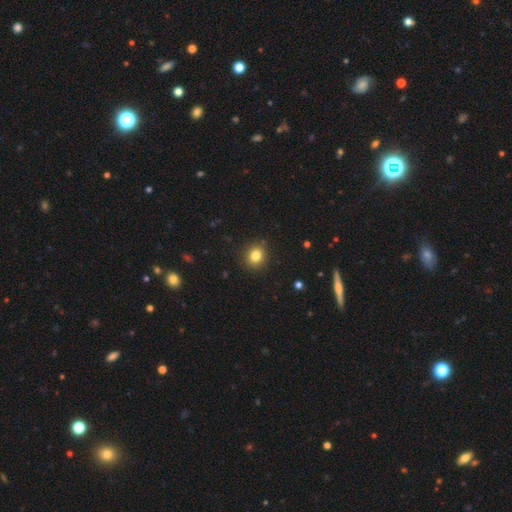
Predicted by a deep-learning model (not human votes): Smooth or featured: smooth — 82% (star or artifact — 12%)
How rounded: round — 81% (in between — 18%)
Merging: none — 89% (minor disturbance — 8%)